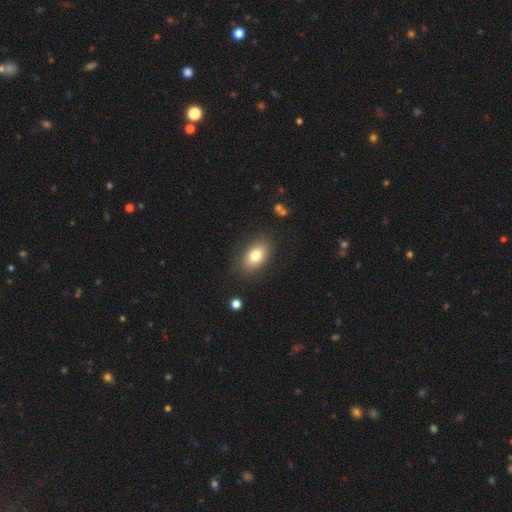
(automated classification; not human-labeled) Morphology: type=smooth (80%); roundness=in between (88%); merging=none (84%).